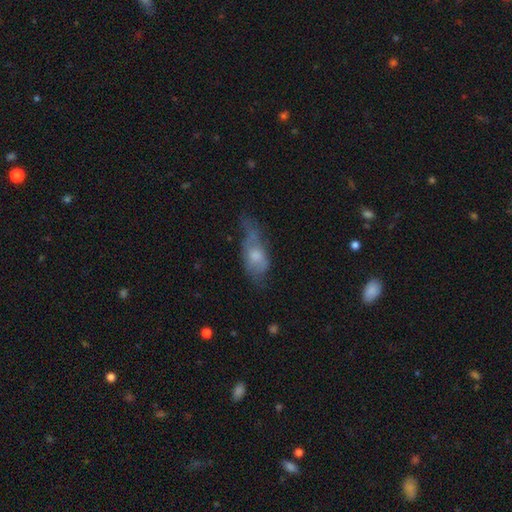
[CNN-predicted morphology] smooth-or-featured: smooth: 51% | featured or disk: 40% | star or artifact: 9%
  how-rounded: in between: 76% | cigar-shaped: 19% | round: 5%
  merging: none: 34% | minor disturbance: 31% | major disturbance: 30% | merger: 4%